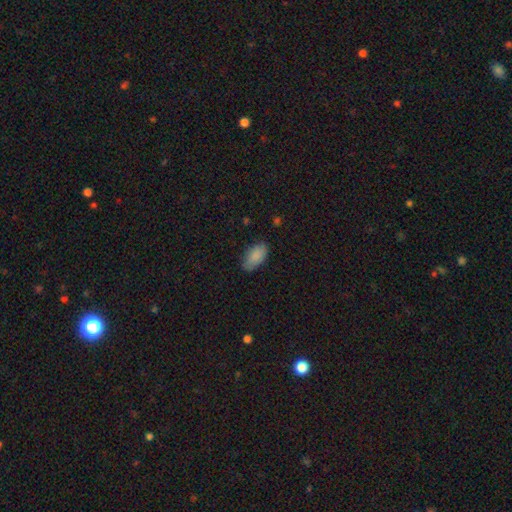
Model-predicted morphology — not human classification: Overall: smooth (87%). How rounded: in between (94%). Merging: none (77%).